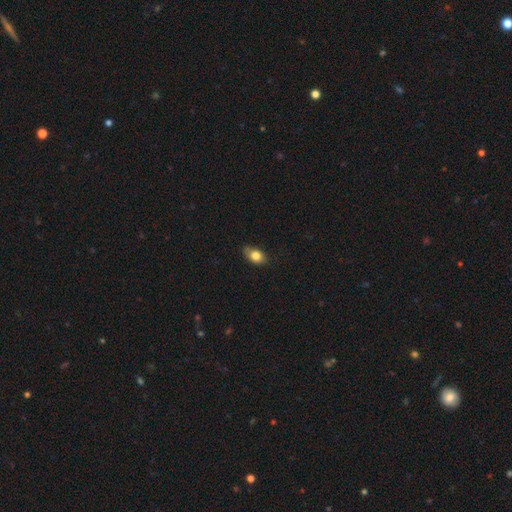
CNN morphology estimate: A smooth galaxy with no disk features (81%) that is in between round and cigar-shaped (81%).

Vote fractions:
- Smooth or featured? smooth: 81% / featured or disk: 11% / star or artifact: 8%
- How rounded? in between: 81% / round: 17% / cigar-shaped: 2%
- Merging? none: 67% / minor disturbance: 27% / major disturbance: 4% / merger: 1%